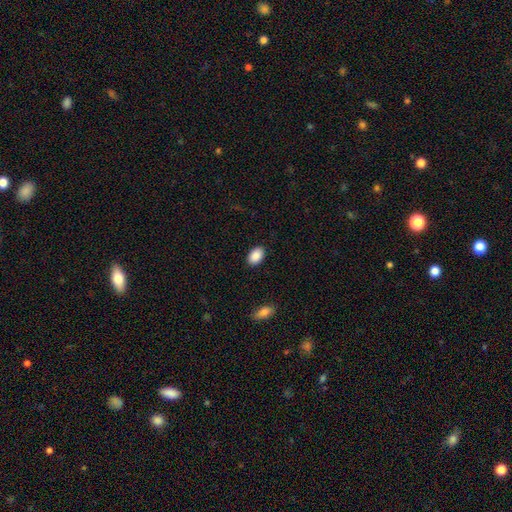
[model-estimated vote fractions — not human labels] Smooth or featured: smooth — 90% (star or artifact — 7%)
How rounded: in between — 90% (round — 8%)
Merging: none — 89% (minor disturbance — 8%)